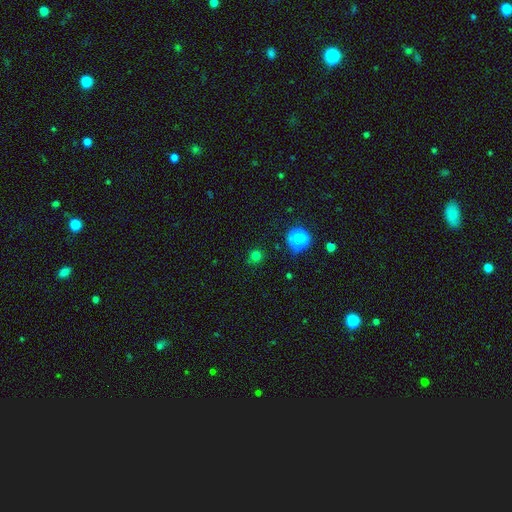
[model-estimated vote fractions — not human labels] smooth 71%, star or artifact 24%, featured or disk 5%. Down the decision tree: how rounded — round (91%); merging — none (83%).